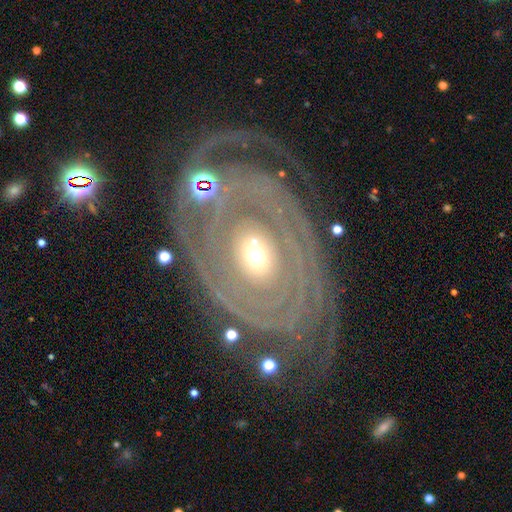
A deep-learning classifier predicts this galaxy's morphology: A featured or disk galaxy (82%) with no bar (85%), tight (75%) spiral arms (73%) and a moderate central bulge (52%).

Vote fractions:
- Smooth or featured? featured or disk: 82% / smooth: 12% / star or artifact: 6%
- Edge-on disk? no: 95% / yes: 5%
- Bar? no: 85% / weak: 10% / strong: 6%
- Spiral arms? yes: 73% / no: 27%
- Spiral winding? tight: 75% / medium: 16% / loose: 9%
- Spiral arm count? can't tell: 37% / 2: 19% / 3: 13% / more than 4: 11% / 4: 10% / 1: 10%
- Bulge size? moderate: 52% / small: 36% / large: 8% / dominant: 2% / none: 2%
- Merging? none: 67% / minor disturbance: 16% / major disturbance: 13% / merger: 5%